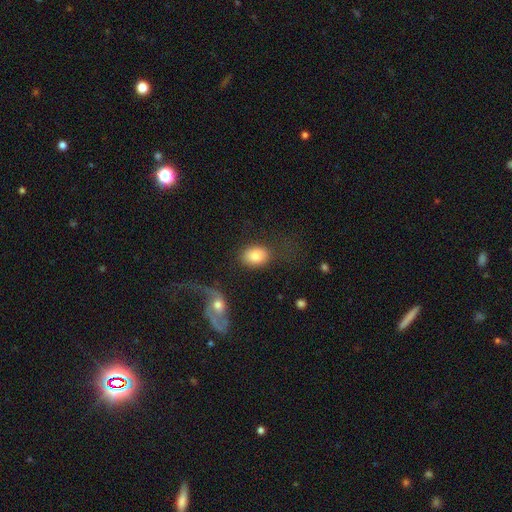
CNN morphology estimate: smooth_or_featured: smooth (p=0.81) [alt: featured or disk p=0.12]
how_rounded: in between (p=0.77) [alt: round p=0.22]
merging: none (p=0.64) [alt: minor disturbance p=0.15]